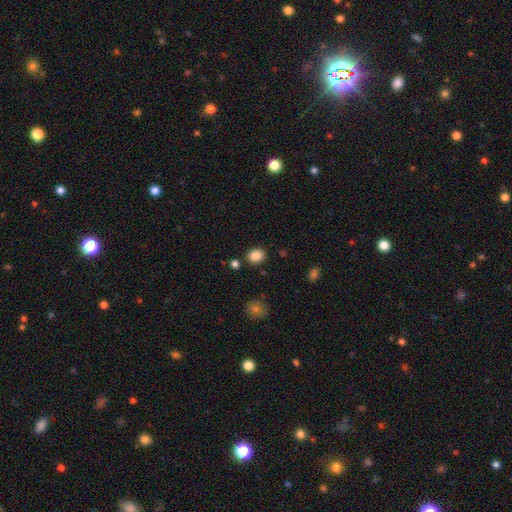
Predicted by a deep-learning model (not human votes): The model was most divided on "how rounded": round: 57%, in between: 43%, cigar-shaped: 1%. More confident: smooth or featured — smooth (87%); merging — none (84%).